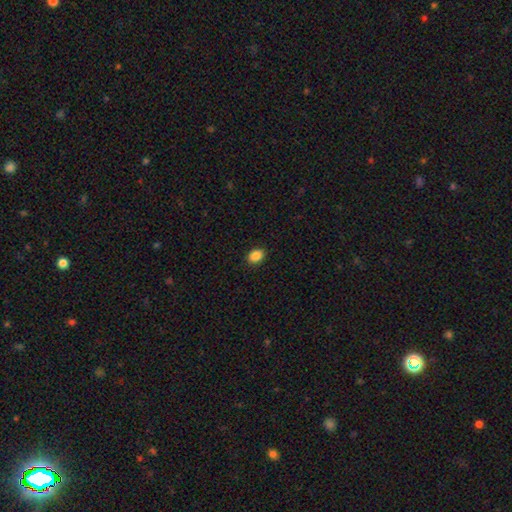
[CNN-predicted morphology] Smooth or featured? smooth (88%)
How rounded? in between (66%)
Merging? none (90%)